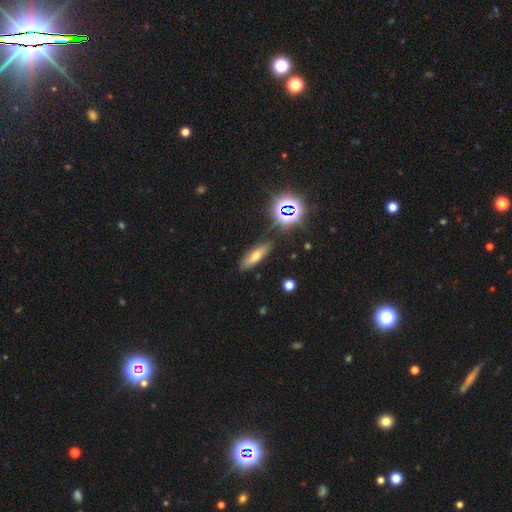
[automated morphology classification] The model was most divided on "how rounded": in between: 51%, cigar-shaped: 44%, round: 5%. More confident: merging — none (81%); smooth or featured — smooth (62%).